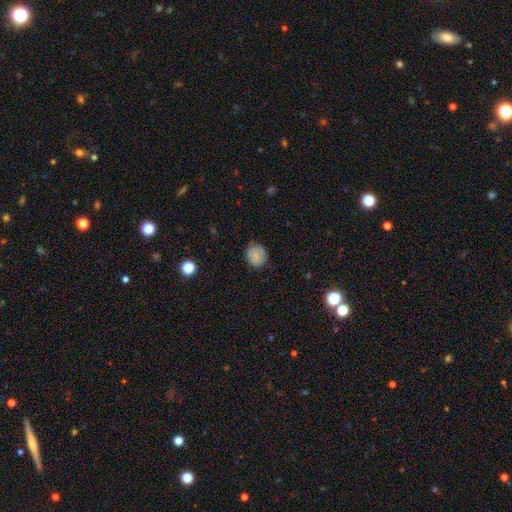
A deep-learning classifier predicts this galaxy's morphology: A smooth galaxy with no disk features (79%) that is round (81%). Merging: none (82%).